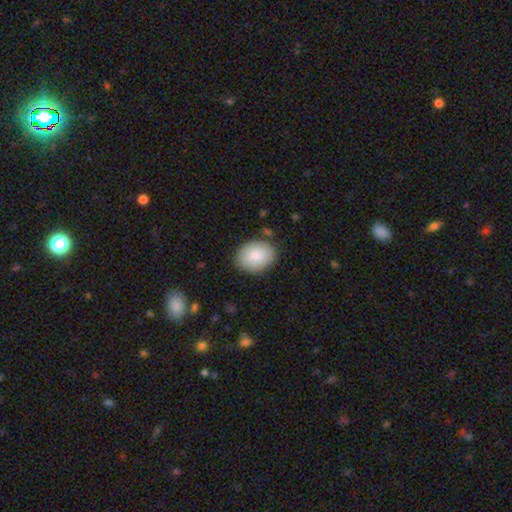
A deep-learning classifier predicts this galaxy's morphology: Smooth or featured?
  - smooth: 88% *
  - featured or disk: 6%
  - star or artifact: 6%
How rounded?
  - in between: 69% *
  - round: 30%
  - cigar-shaped: 1%
Merging?
  - none: 84% *
  - minor disturbance: 11%
  - major disturbance: 3%
  - merger: 2%